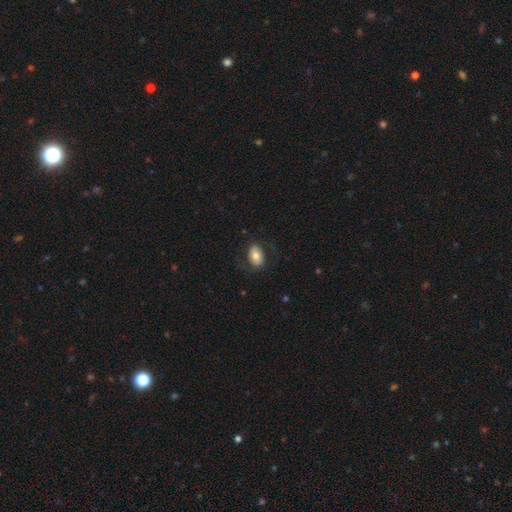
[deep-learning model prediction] smooth 70%, featured or disk 23%, star or artifact 7%. Down the decision tree: how rounded — in between (86%); merging — none (76%).